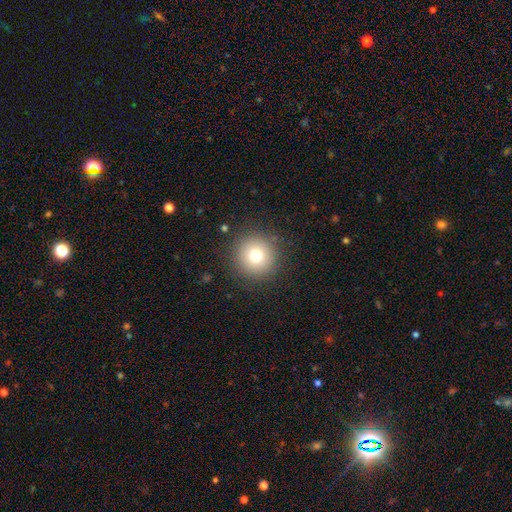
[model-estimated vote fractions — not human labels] This is likely a smooth galaxy (75%). How rounded: clearly round (96%). Merging: clearly none (90%).